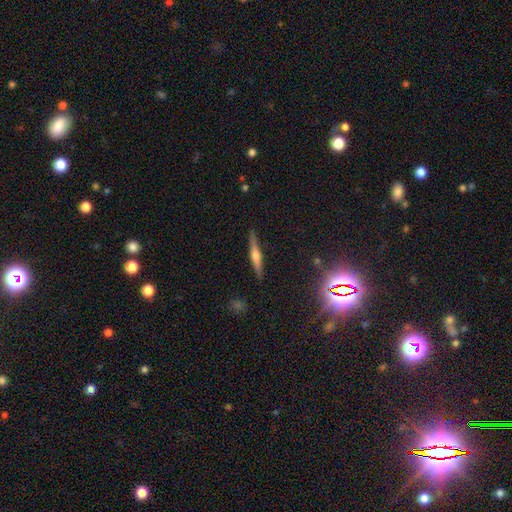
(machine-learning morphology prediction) featured or disk 61%, smooth 31%, star or artifact 8%. Down the decision tree: edge-on disk — yes (97%); edge-on bulge — rounded (86%); merging — none (89%).